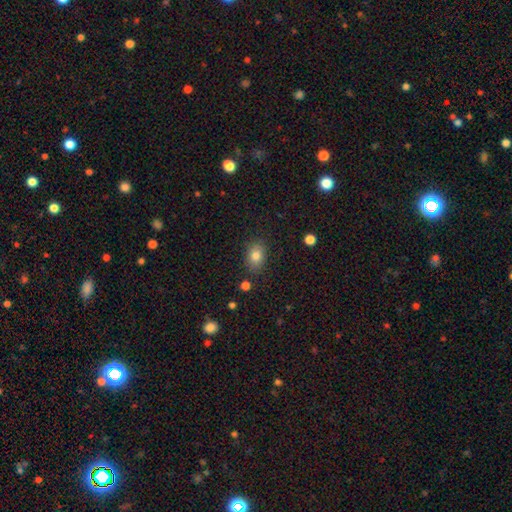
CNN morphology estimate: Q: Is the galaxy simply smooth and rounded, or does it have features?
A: smooth — 81%.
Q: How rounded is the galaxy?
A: in between — 75%.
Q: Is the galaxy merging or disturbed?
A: none — 83%.